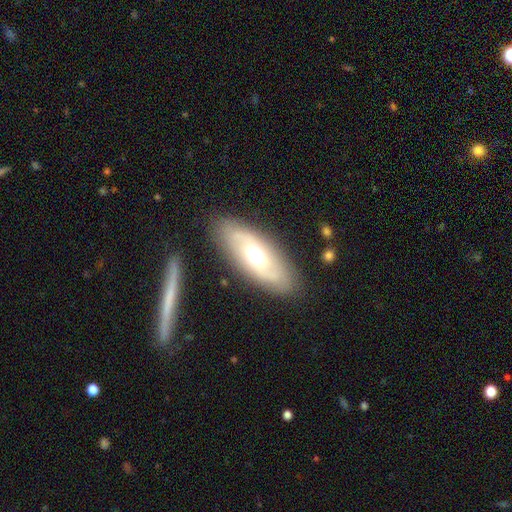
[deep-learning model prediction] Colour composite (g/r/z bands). It shows a featured or disk galaxy (52%). Merging: none (82%).